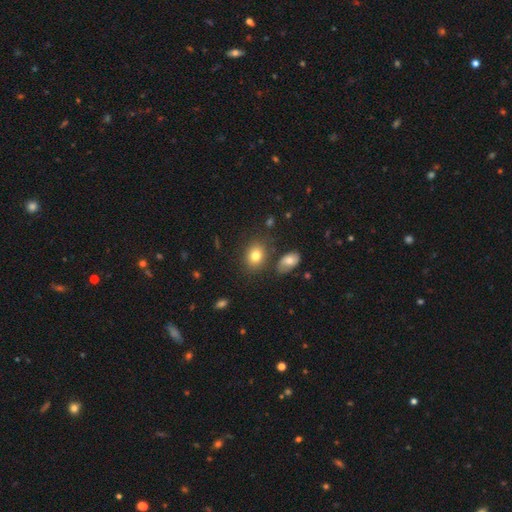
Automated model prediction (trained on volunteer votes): This is likely a smooth galaxy (80%). How rounded: likely in between (61%). Merging: likely none (76%).